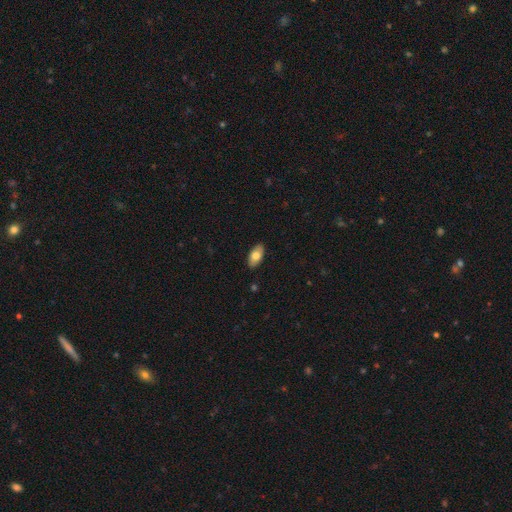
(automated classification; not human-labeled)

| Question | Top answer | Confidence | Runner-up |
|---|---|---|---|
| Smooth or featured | smooth | 77% | featured or disk (17%) |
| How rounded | in between | 93% | cigar-shaped (5%) |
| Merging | none | 89% | minor disturbance (9%) |